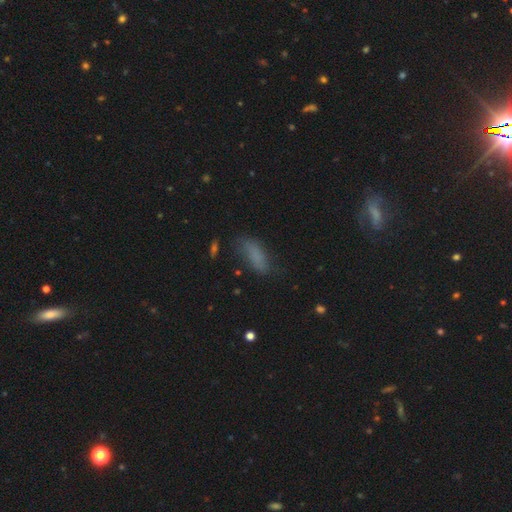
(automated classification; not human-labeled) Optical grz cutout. It shows a smooth galaxy with no disk features (75%) that is in between round and cigar-shaped (70%). Merging: none (60%).